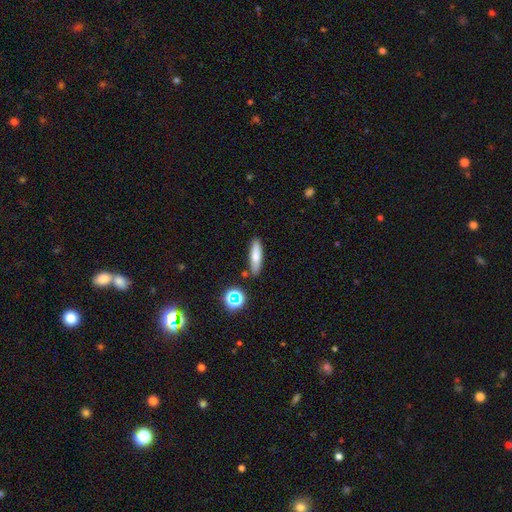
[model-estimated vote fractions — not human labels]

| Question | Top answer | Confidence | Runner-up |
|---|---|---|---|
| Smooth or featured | smooth | 72% | featured or disk (18%) |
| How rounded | cigar-shaped | 64% | in between (33%) |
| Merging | none | 81% | minor disturbance (11%) |